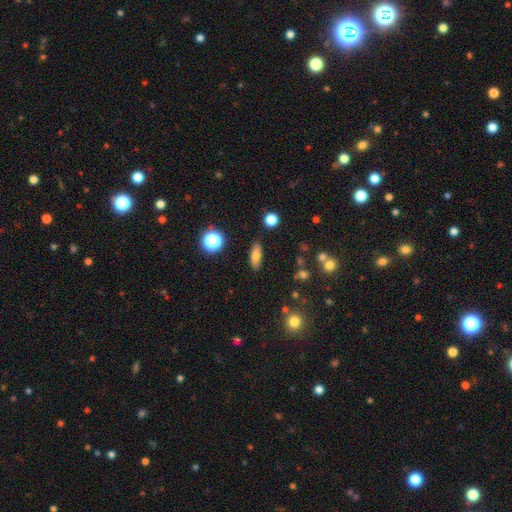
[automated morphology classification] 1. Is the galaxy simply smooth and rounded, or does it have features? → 73% smooth, 16% featured or disk, 11% star or artifact.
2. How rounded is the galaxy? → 66% in between, 27% cigar-shaped, 7% round.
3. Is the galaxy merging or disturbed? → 86% none, 9% minor disturbance, 2% major disturbance, 2% merger.